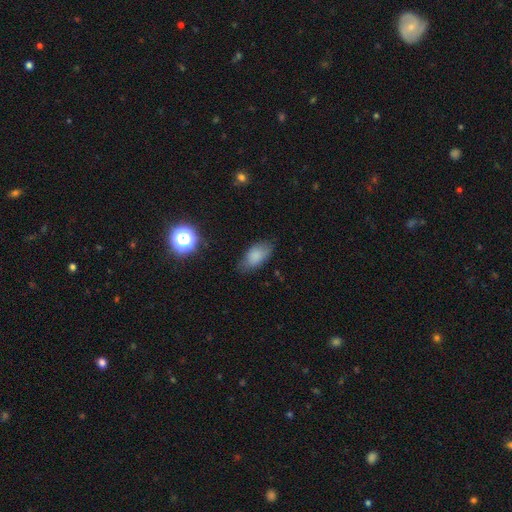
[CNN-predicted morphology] This appears to be a smooth galaxy with no disk features (82%) that is in between round and cigar-shaped (91%). Merging: none (76%).